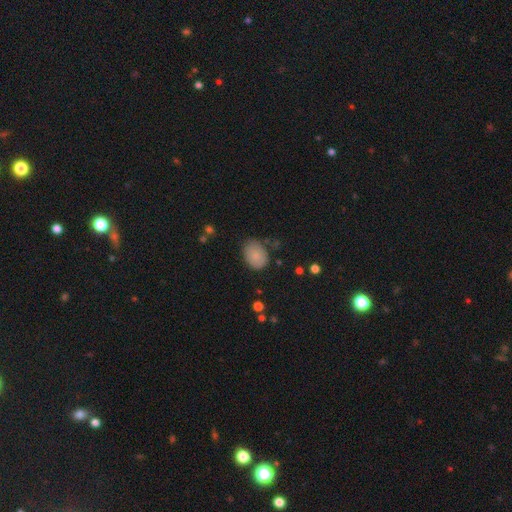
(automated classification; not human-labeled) Smooth or featured? smooth (82%)
How rounded? in between (74%)
Merging? none (70%)